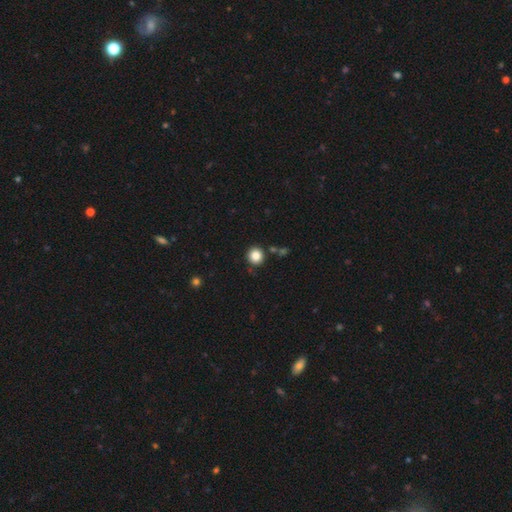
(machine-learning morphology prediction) Smooth or featured? smooth (84%)
How rounded? round (94%)
Merging? none (86%)